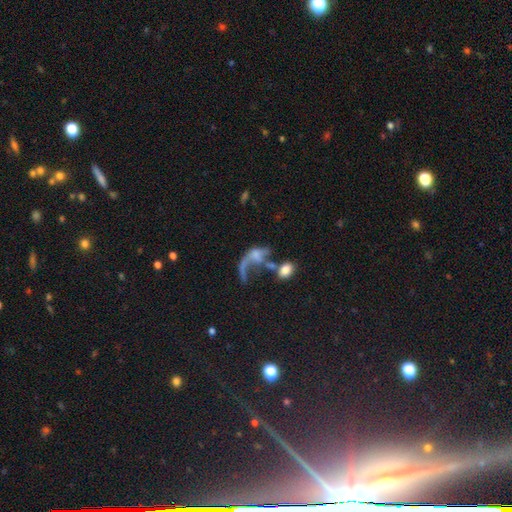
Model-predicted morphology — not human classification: smooth-or-featured: featured or disk: 59% | smooth: 28% | star or artifact: 13%
  disk-edge-on: no: 94% | yes: 6%
    bar: no: 74% | weak: 20% | strong: 6%
    has-spiral-arms: yes: 55% | no: 45%
    bulge-size: none: 38% | small: 32% | moderate: 21% | large: 6% | dominant: 3%
  merging: major disturbance: 41% | merger: 31% | none: 19% | minor disturbance: 9%